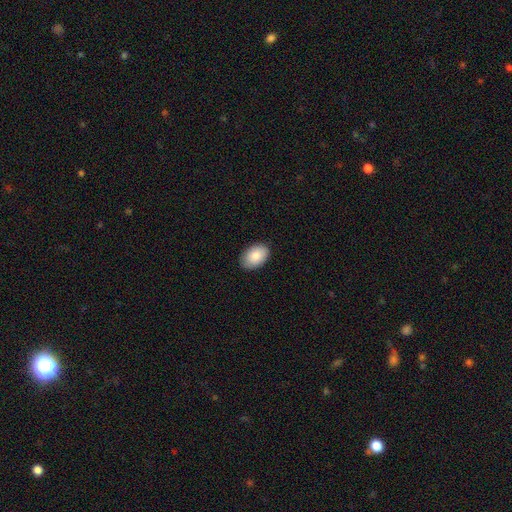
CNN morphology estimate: This appears to be a smooth galaxy with no disk features (88%) that is in between round and cigar-shaped (90%). Merging: none (87%).